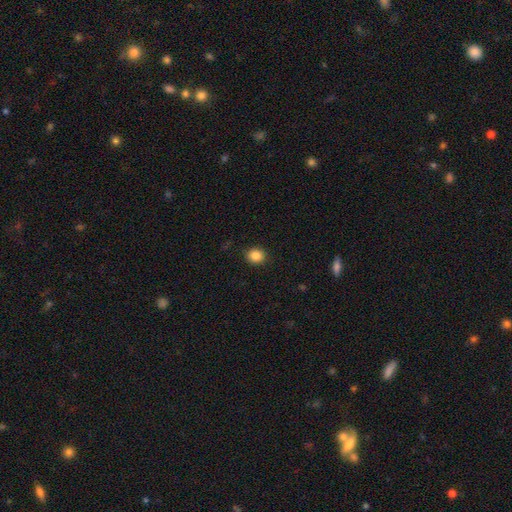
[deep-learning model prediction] A smooth galaxy with no disk features (86%) that is round (77%).

Vote fractions:
- Smooth or featured? smooth: 86% / star or artifact: 10% / featured or disk: 4%
- How rounded? round: 77% / in between: 23% / cigar-shaped: 1%
- Merging? none: 90% / minor disturbance: 7% / major disturbance: 2% / merger: 1%